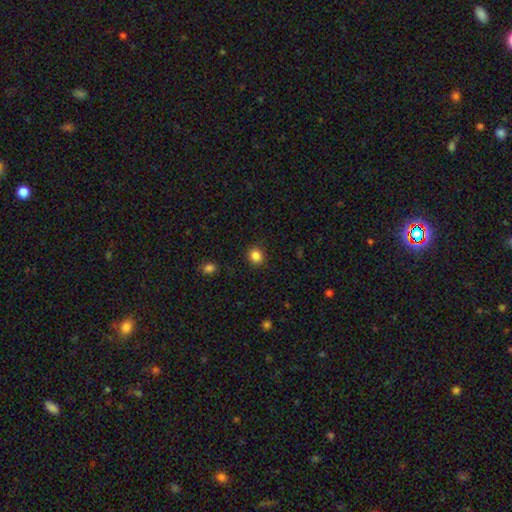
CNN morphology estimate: type=smooth (85%); roundness=round (80%); merging=none (90%).